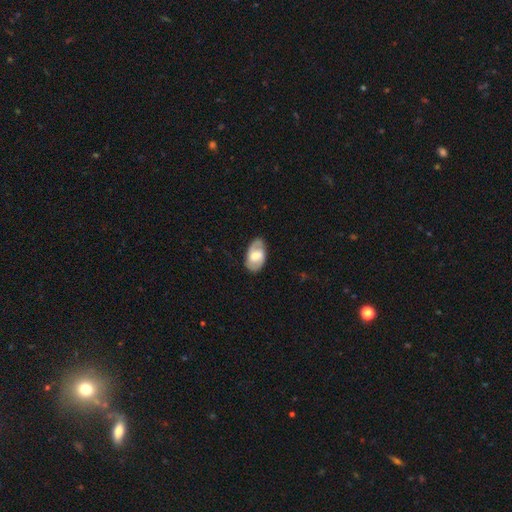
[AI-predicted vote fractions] Smooth or featured? featured or disk (61%)
Edge-on disk? no (94%)
Bar? weak (47%)
Spiral arms? yes (79%)
Bulge size? moderate (60%)
Merging? none (81%)